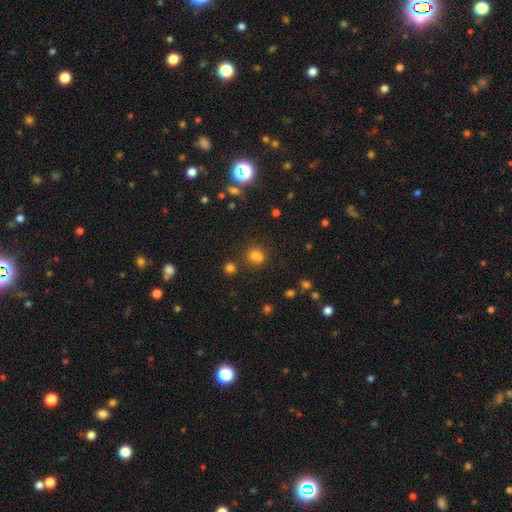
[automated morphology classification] This appears to be a smooth galaxy with no disk features (69%) that is round (78%). Merging: none (57%).